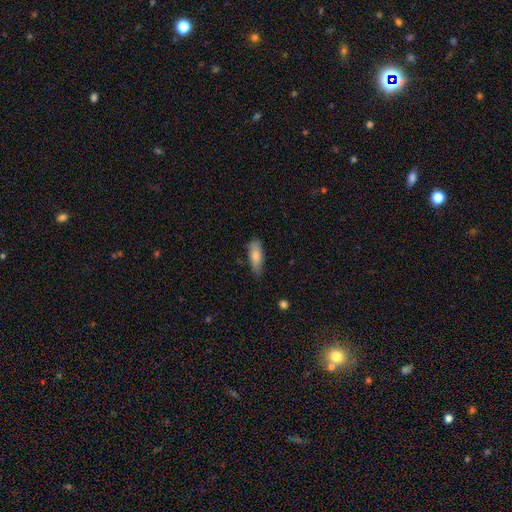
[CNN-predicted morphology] smooth-or-featured: smooth: 79% | featured or disk: 15% | star or artifact: 6%
  how-rounded: in between: 71% | cigar-shaped: 27% | round: 2%
  merging: none: 70% | minor disturbance: 24% | major disturbance: 4% | merger: 2%